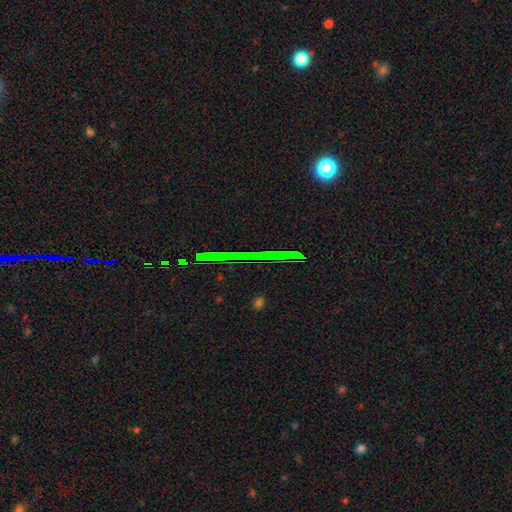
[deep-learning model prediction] A star or artifact, not a galaxy (66%).

Vote fractions:
- Smooth or featured? star or artifact: 66% / featured or disk: 20% / smooth: 14%